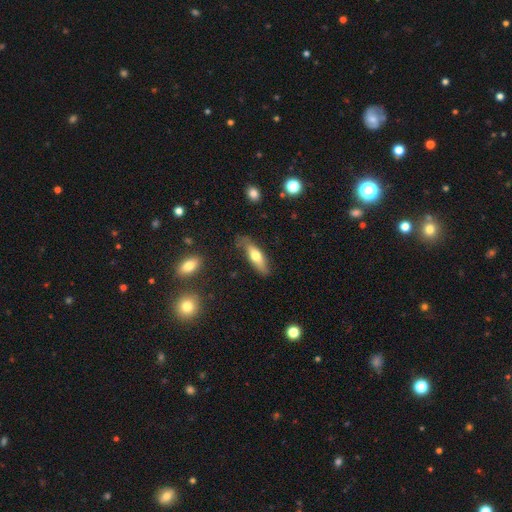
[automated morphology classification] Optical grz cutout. It shows a smooth galaxy with no disk features (59%) that is cigar-shaped (54%). Merging: none (73%).